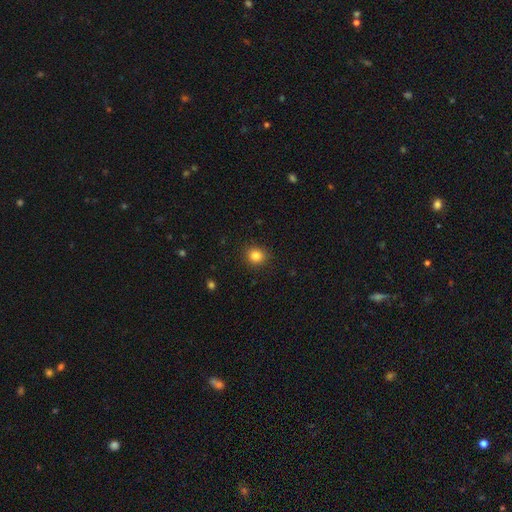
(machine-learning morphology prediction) smooth_or_featured: smooth (p=0.84) [alt: star or artifact p=0.11]
how_rounded: round (p=0.84) [alt: in between p=0.15]
merging: none (p=0.90) [alt: minor disturbance p=0.07]